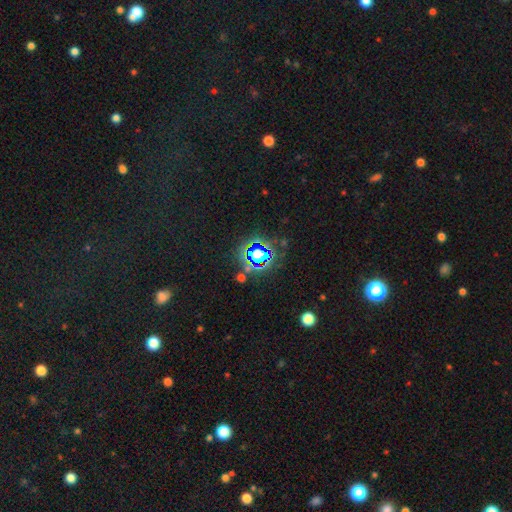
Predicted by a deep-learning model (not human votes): Q: Smooth or featured?
A: star or artifact (72%); runner-up: smooth (20%)